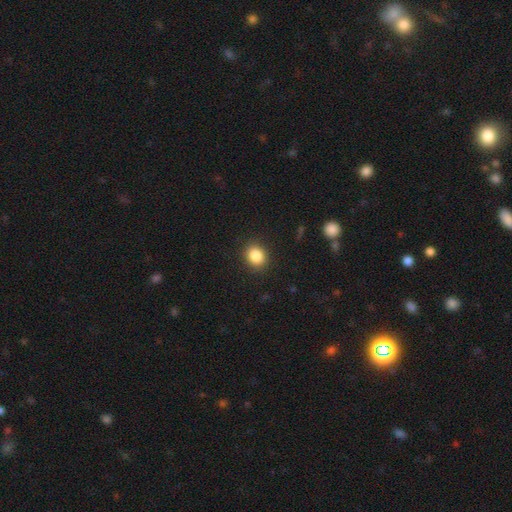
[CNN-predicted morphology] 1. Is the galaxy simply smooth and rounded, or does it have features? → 86% smooth, 10% star or artifact, 4% featured or disk.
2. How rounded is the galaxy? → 69% round, 30% in between, 1% cigar-shaped.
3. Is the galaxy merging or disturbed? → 89% none, 8% minor disturbance, 2% major disturbance, 1% merger.